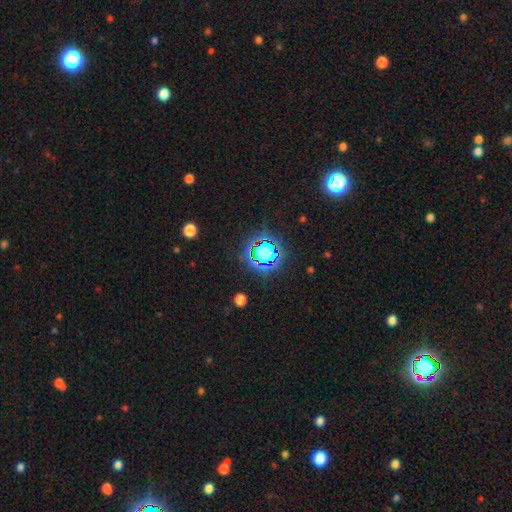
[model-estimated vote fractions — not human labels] Smooth or featured: star or artifact — 75% (smooth — 16%)